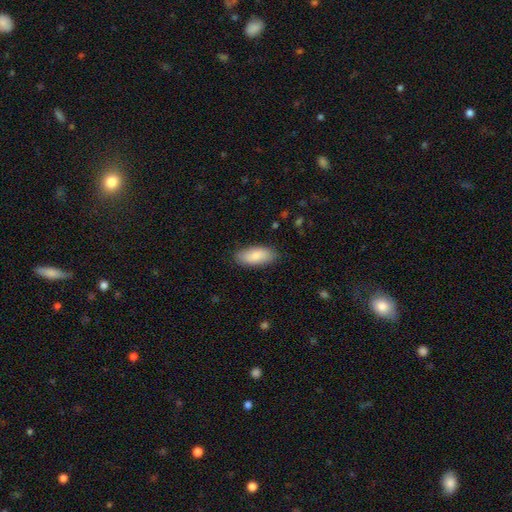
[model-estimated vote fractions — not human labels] Smooth or featured: smooth — 85% (featured or disk — 9%)
How rounded: in between — 88% (cigar-shaped — 10%)
Merging: none — 85% (minor disturbance — 12%)